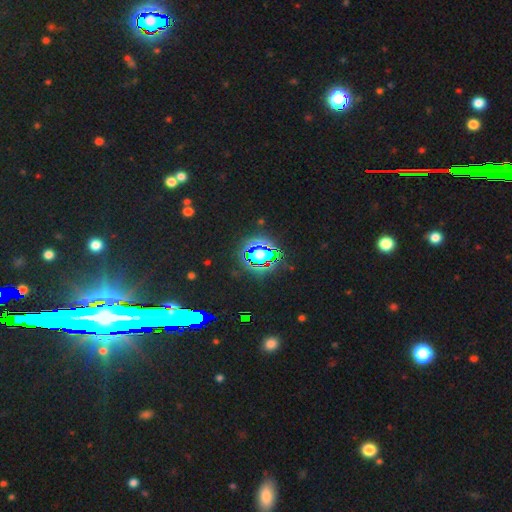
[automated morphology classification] Smooth or featured?
  - star or artifact: 78% *
  - smooth: 13%
  - featured or disk: 9%